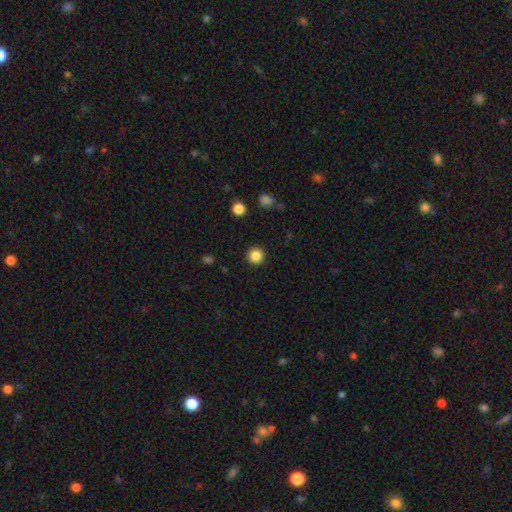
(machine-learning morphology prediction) This is clearly a smooth galaxy (85%). How rounded: clearly round (96%). Merging: clearly none (92%).